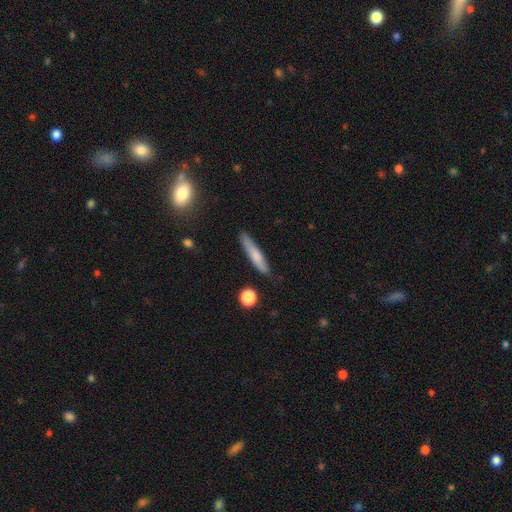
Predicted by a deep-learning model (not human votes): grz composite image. It shows a smooth galaxy with no disk features (69%) that is cigar-shaped (90%). Merging: none (81%).